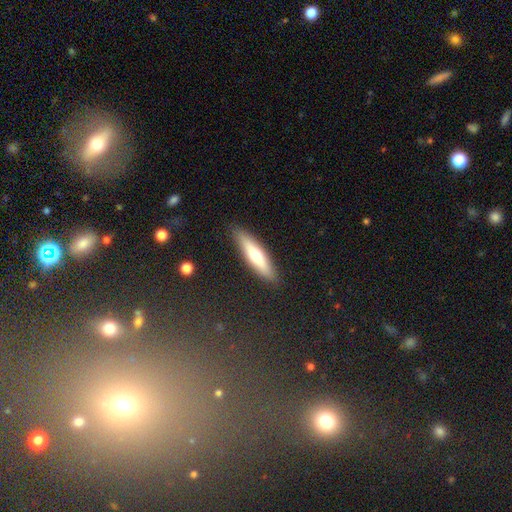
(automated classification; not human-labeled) Smooth or featured?
  - smooth: 64% *
  - featured or disk: 30%
  - star or artifact: 6%
How rounded?
  - cigar-shaped: 78% *
  - in between: 20%
  - round: 1%
Merging?
  - none: 88% *
  - minor disturbance: 9%
  - major disturbance: 2%
  - merger: 1%